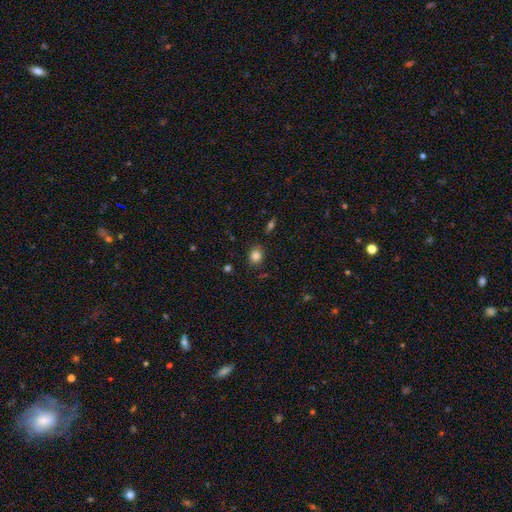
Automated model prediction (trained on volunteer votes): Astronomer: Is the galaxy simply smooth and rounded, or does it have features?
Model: smooth — 83%.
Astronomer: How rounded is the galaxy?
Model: round — 57% (runner-up: in between, 42%).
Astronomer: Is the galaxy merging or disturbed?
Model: none — 82%.